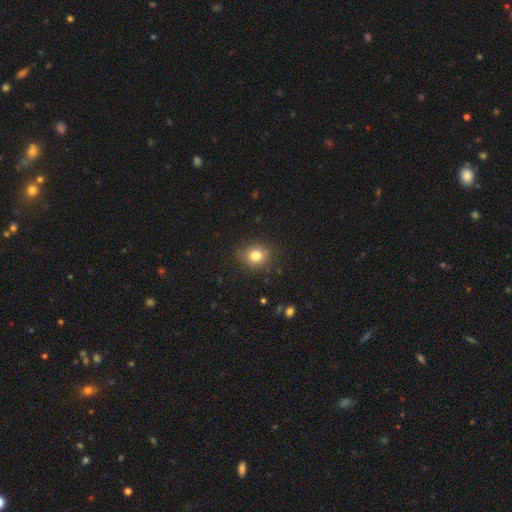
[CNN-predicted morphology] smooth_or_featured: smooth (p=0.80) [alt: star or artifact p=0.12]
how_rounded: round (p=0.78) [alt: in between p=0.21]
merging: none (p=0.86) [alt: minor disturbance p=0.10]